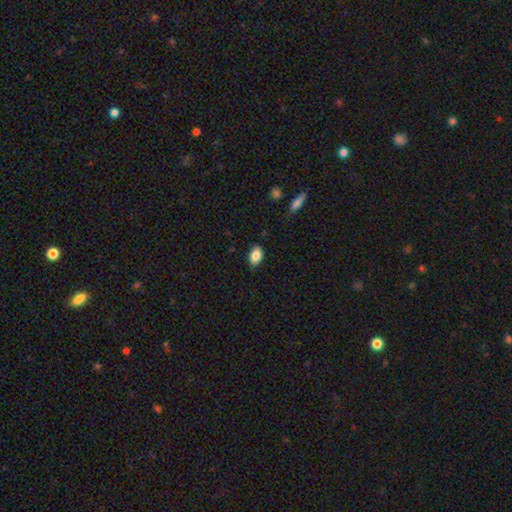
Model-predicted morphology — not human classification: This appears to be a smooth galaxy with no disk features (87%) that is in between round and cigar-shaped (89%). Merging: none (85%).